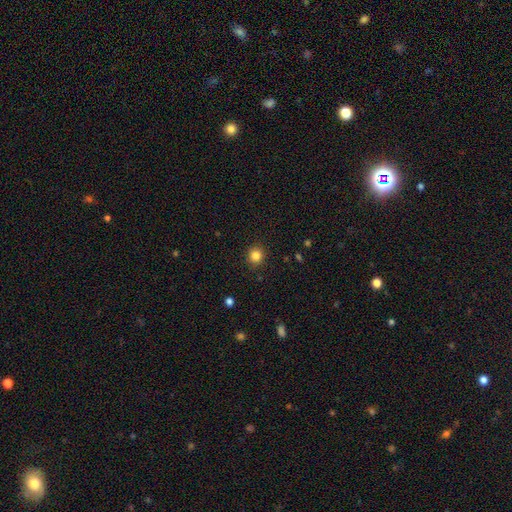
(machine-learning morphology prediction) type=smooth (84%); roundness=round (90%); merging=none (92%).